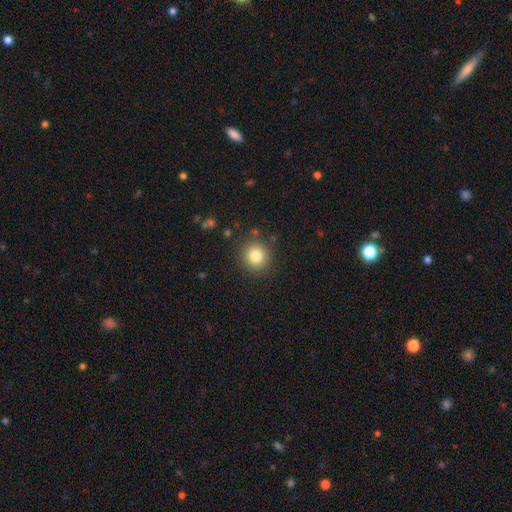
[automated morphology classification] Smooth or featured?
  - smooth: 81% *
  - star or artifact: 11%
  - featured or disk: 7%
How rounded?
  - round: 91% *
  - in between: 8%
  - cigar-shaped: 1%
Merging?
  - none: 88% *
  - minor disturbance: 8%
  - major disturbance: 3%
  - merger: 2%